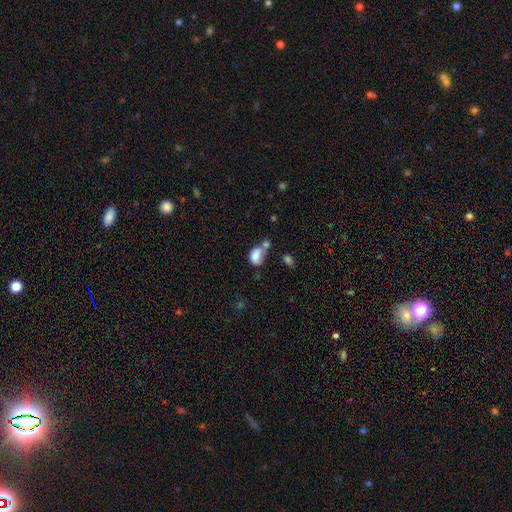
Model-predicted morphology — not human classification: smooth_or_featured: smooth (p=0.77) [alt: featured or disk p=0.14]
how_rounded: in between (p=0.77) [alt: round p=0.22]
merging: merger (p=0.42) [alt: none p=0.27]